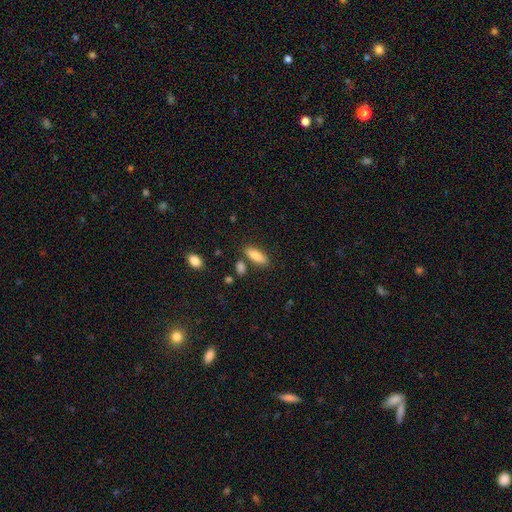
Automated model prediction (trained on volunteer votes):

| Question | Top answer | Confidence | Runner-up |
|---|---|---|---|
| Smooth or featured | smooth | 82% | featured or disk (11%) |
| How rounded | in between | 65% | cigar-shaped (33%) |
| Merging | none | 80% | minor disturbance (11%) |